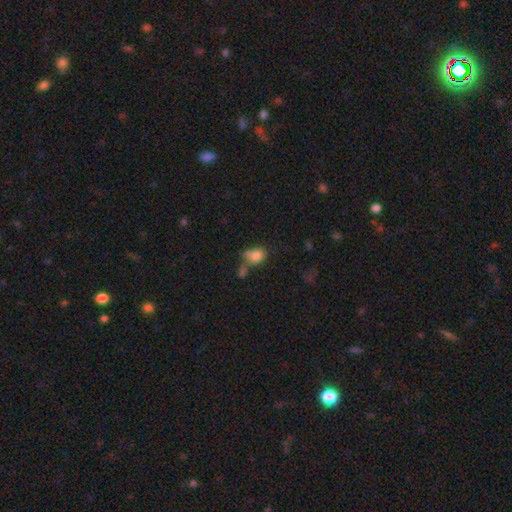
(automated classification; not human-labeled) This appears to be a smooth galaxy with no disk features (80%) that is in between round and cigar-shaped (63%). Merging: none (40%).